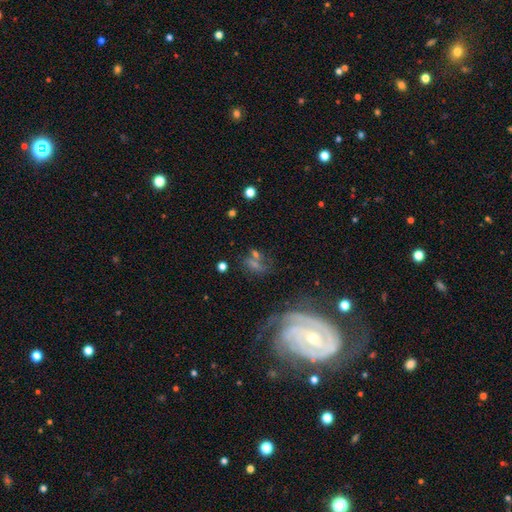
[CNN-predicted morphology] Smooth or featured? Predicted: featured or disk (p=0.55). Edge-on disk? Predicted: no (p=0.93). Bar? Predicted: no (p=0.49). Spiral arms? Predicted: yes (p=0.78). Bulge size? Predicted: small (p=0.58). Merging? Predicted: none (p=0.55).